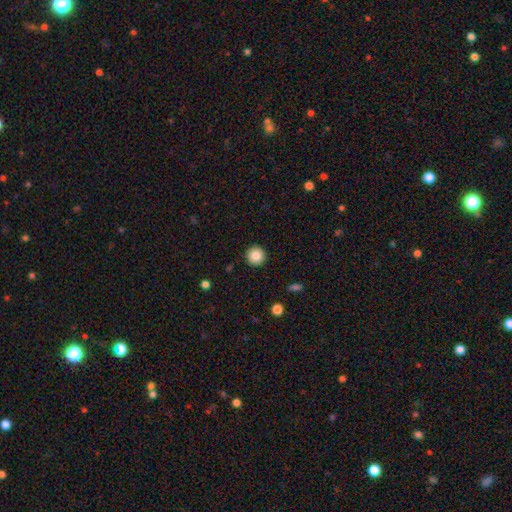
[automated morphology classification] Smooth or featured: smooth — 86% (star or artifact — 9%)
How rounded: round — 96% (in between — 3%)
Merging: none — 92% (minor disturbance — 5%)